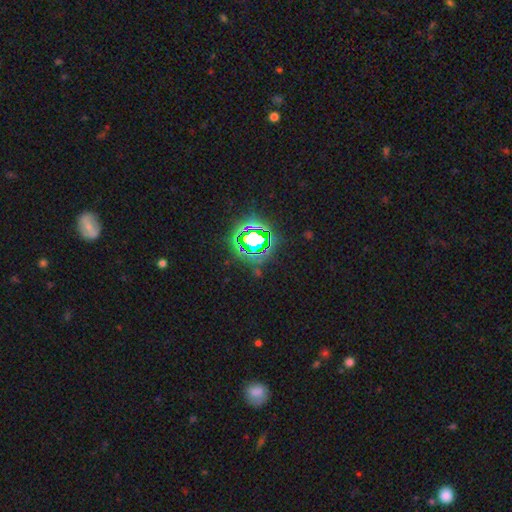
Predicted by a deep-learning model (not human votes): smooth-or-featured: star or artifact: 75% | smooth: 15% | featured or disk: 10%